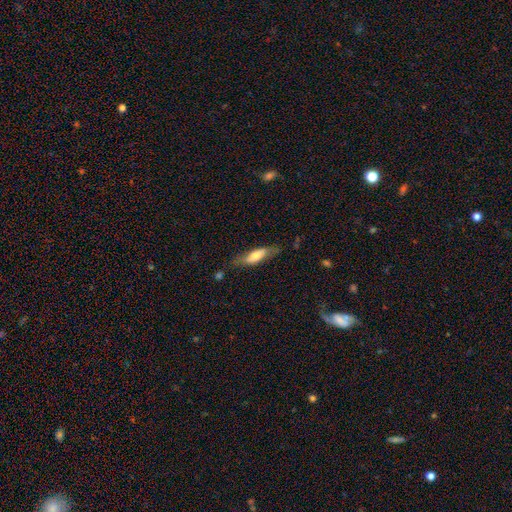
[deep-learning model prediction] Morphology: type=smooth (58%); roundness=cigar-shaped (52%); merging=none (69%).